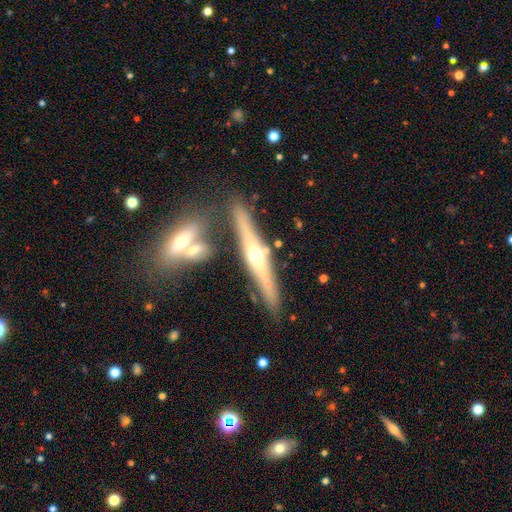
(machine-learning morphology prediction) This is likely a featured or disk galaxy (68%). It is clearly viewed edge-on (94%). Edge-on bulge: clearly rounded (91%). Merging: likely none (73%).